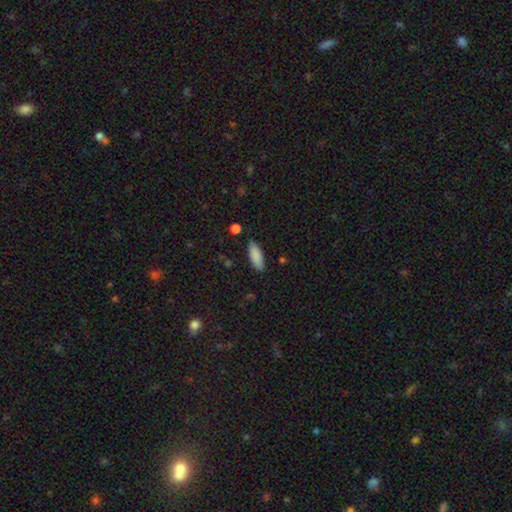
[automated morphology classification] This is clearly a smooth galaxy (88%). How rounded: likely in between (72%). Merging: clearly none (84%).